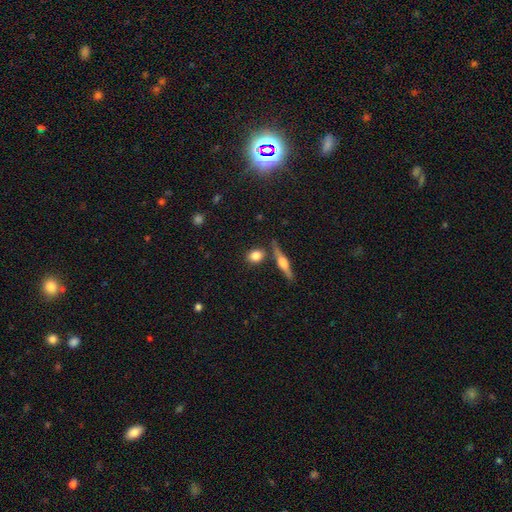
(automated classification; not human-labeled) smooth_or_featured: smooth (p=0.78) [alt: featured or disk p=0.14]
how_rounded: round (p=0.50) [alt: in between p=0.43]
merging: none (p=0.77) [alt: minor disturbance p=0.11]